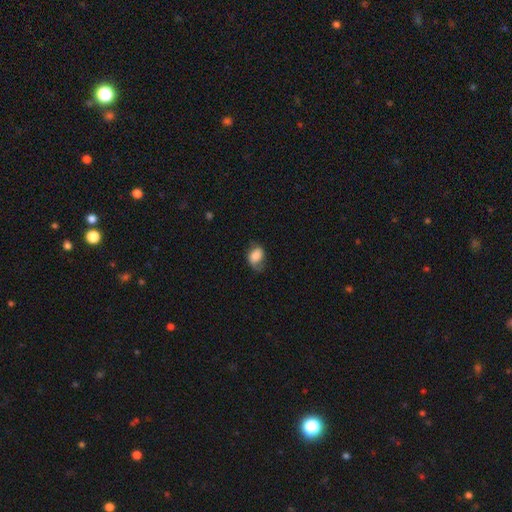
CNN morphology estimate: Smooth or featured? Predicted: smooth (p=0.73). How rounded? Predicted: in between (p=0.70). Merging? Predicted: none (p=0.46).